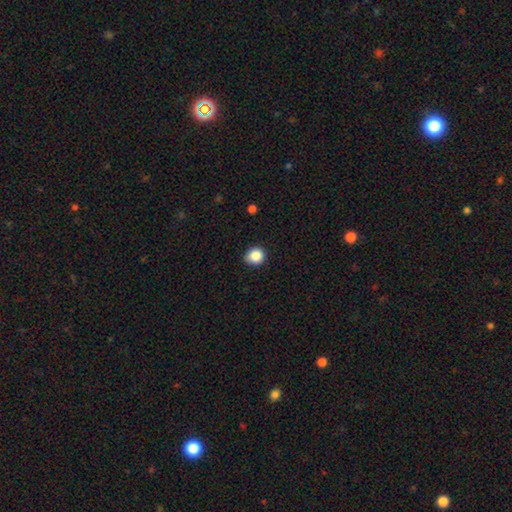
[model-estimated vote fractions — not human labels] smooth 86%, star or artifact 10%, featured or disk 4%. Down the decision tree: how rounded — round (83%); merging — none (81%).